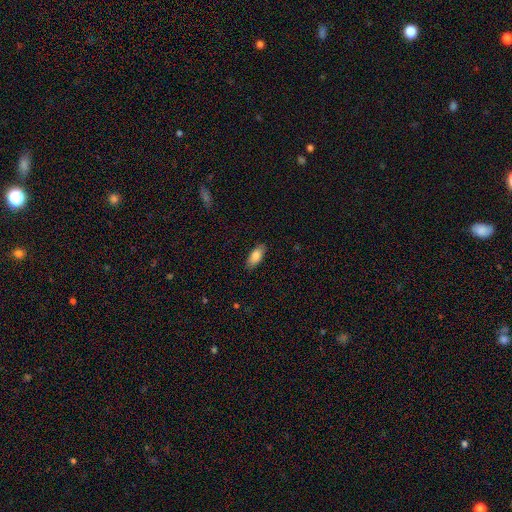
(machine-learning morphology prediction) type=smooth (84%); roundness=in between (86%); merging=none (86%).